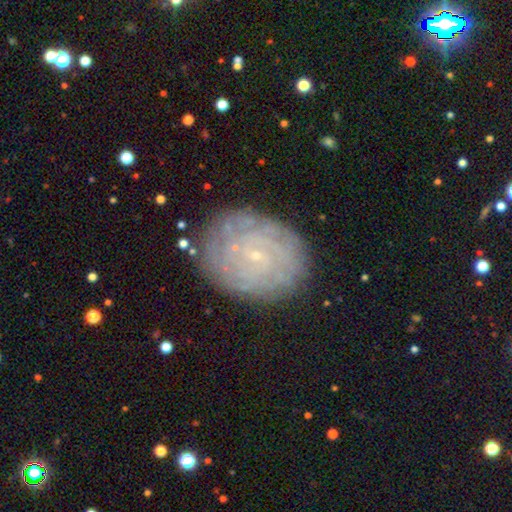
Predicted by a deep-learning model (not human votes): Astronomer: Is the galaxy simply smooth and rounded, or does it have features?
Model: featured or disk — 73%.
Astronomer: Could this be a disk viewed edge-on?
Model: no — 97%.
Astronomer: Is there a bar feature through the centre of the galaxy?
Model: no — 72%.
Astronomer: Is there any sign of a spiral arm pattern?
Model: yes — 90%.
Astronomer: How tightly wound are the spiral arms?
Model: tight — 85%.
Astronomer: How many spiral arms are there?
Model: can't tell — 45%.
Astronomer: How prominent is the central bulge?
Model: small — 90%.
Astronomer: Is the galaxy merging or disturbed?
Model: none — 83%.